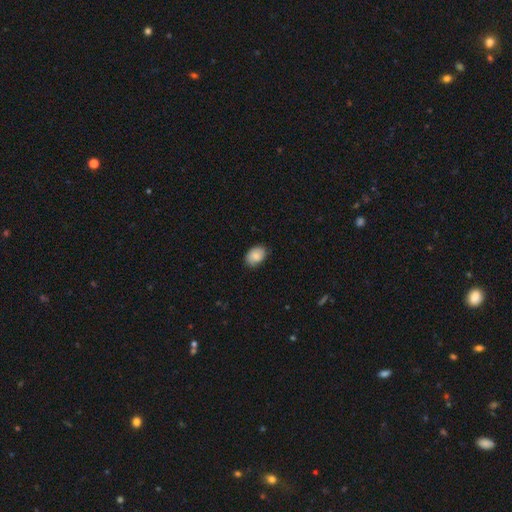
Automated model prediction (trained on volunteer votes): smooth_or_featured: smooth (p=0.82) [alt: featured or disk p=0.11]
how_rounded: in between (p=0.80) [alt: round p=0.19]
merging: none (p=0.78) [alt: minor disturbance p=0.18]